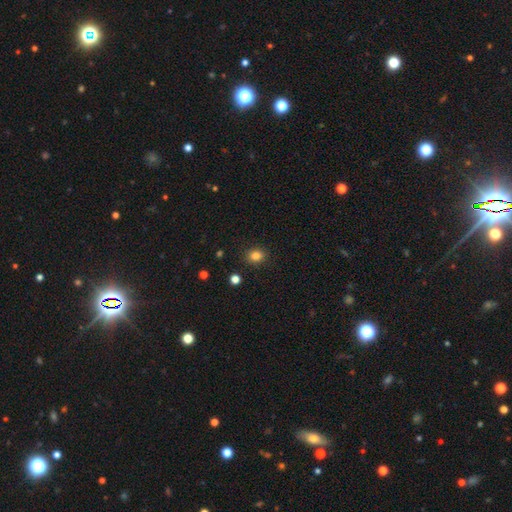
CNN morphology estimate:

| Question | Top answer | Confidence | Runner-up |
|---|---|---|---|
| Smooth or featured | smooth | 84% | star or artifact (12%) |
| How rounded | round | 57% | in between (42%) |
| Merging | none | 89% | minor disturbance (7%) |